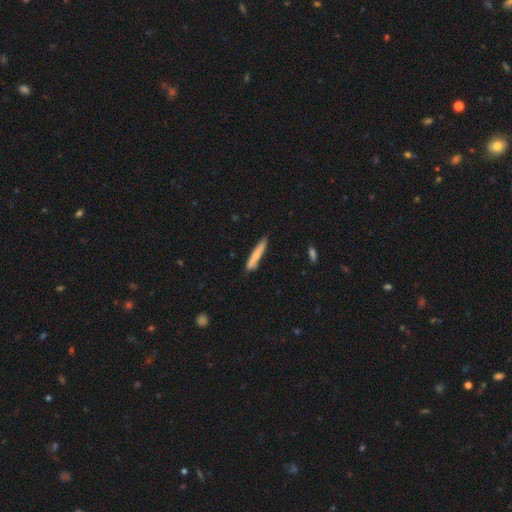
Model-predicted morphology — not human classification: Smooth or featured: smooth — 74% (featured or disk — 20%)
How rounded: cigar-shaped — 92% (in between — 7%)
Merging: none — 75% (minor disturbance — 19%)